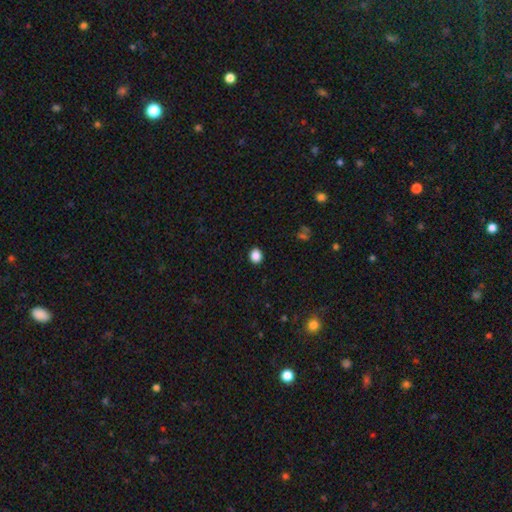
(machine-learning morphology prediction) This appears to be a smooth galaxy with no disk features (87%) that is round (68%). Merging: none (92%).